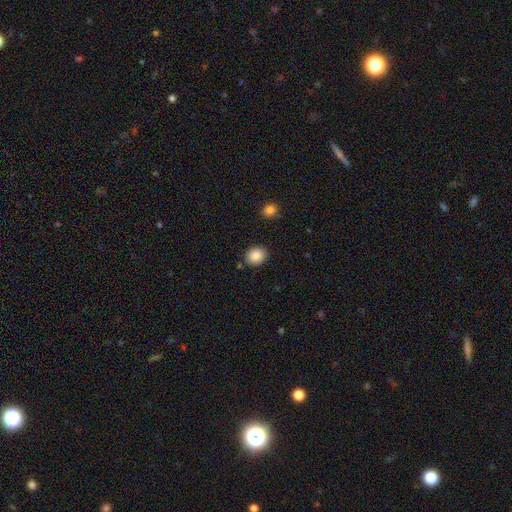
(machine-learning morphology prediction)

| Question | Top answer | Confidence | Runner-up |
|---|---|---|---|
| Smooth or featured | smooth | 87% | star or artifact (9%) |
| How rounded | round | 68% | in between (31%) |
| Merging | none | 86% | minor disturbance (9%) |